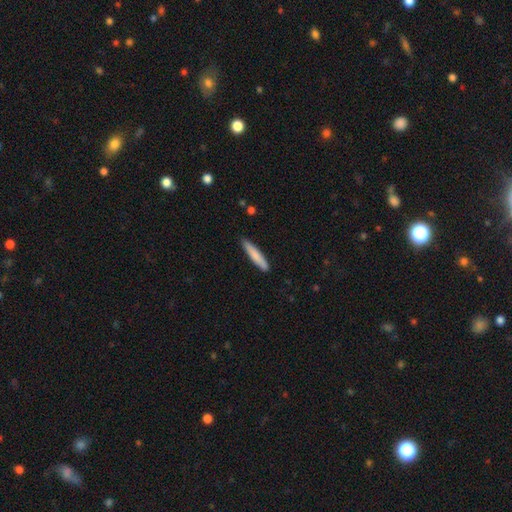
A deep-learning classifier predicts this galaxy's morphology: type=smooth (80%); roundness=cigar-shaped (91%); merging=none (88%).